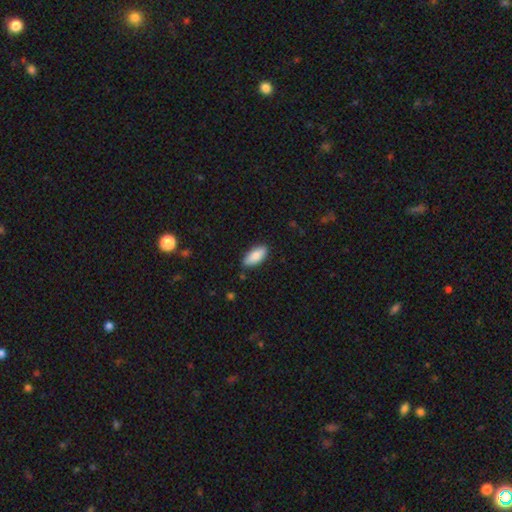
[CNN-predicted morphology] This is clearly a smooth galaxy (85%). How rounded: clearly in between (87%). Merging: clearly none (84%).